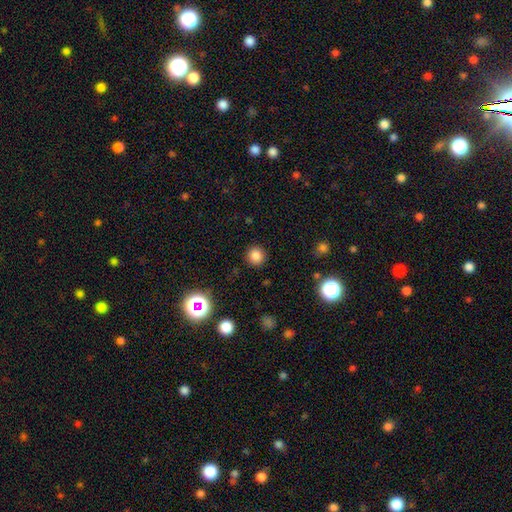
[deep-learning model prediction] Smooth or featured? Predicted: smooth (p=0.82). How rounded? Predicted: round (p=0.92). Merging? Predicted: none (p=0.91).